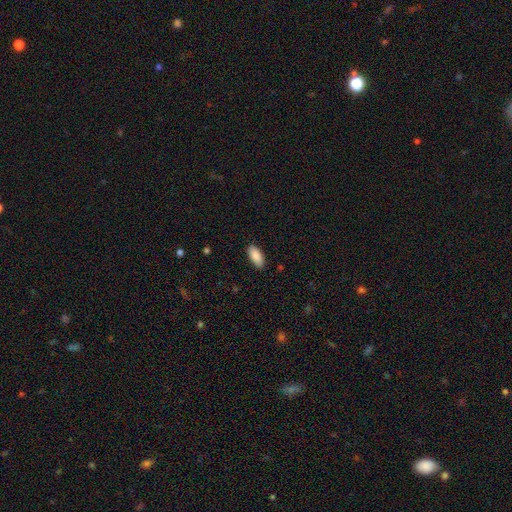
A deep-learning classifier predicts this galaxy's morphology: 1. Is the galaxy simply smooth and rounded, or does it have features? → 89% smooth, 6% star or artifact, 5% featured or disk.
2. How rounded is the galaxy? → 89% in between, 10% cigar-shaped, 2% round.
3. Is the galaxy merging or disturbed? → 87% none, 10% minor disturbance, 2% major disturbance, 1% merger.